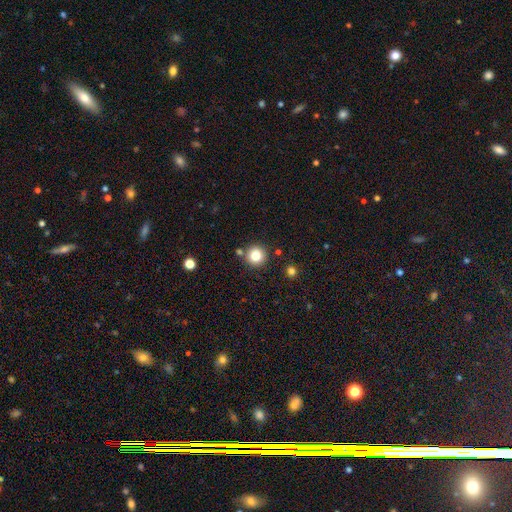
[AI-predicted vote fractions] smooth-or-featured: smooth: 81% | star or artifact: 12% | featured or disk: 7%
  how-rounded: round: 95% | in between: 4% | cigar-shaped: 1%
  merging: none: 86% | minor disturbance: 7% | merger: 6% | major disturbance: 2%